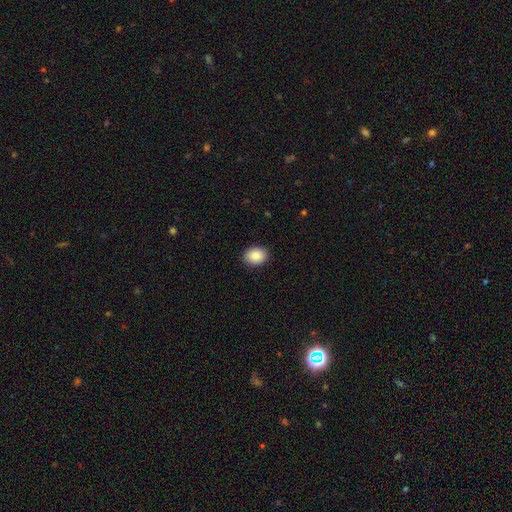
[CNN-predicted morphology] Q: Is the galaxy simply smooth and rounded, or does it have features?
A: smooth — 88%.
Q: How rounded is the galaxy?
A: in between — 61%.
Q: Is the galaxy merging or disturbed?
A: none — 90%.